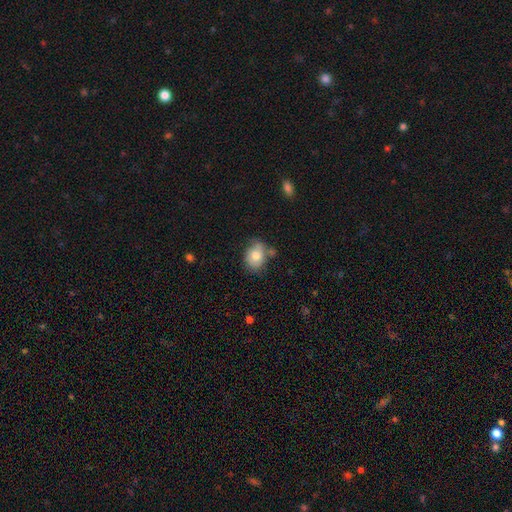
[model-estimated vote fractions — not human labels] A smooth galaxy with no disk features (76%) that is in between round and cigar-shaped (54%). Merging: none (54%).